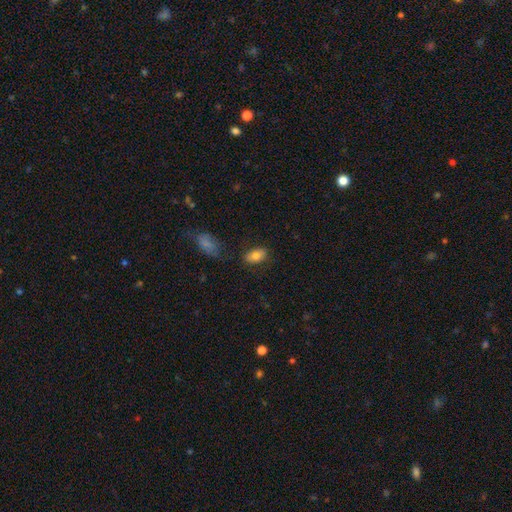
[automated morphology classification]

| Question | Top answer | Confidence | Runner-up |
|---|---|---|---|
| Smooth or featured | smooth | 79% | featured or disk (13%) |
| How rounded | in between | 91% | round (7%) |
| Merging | none | 81% | minor disturbance (13%) |